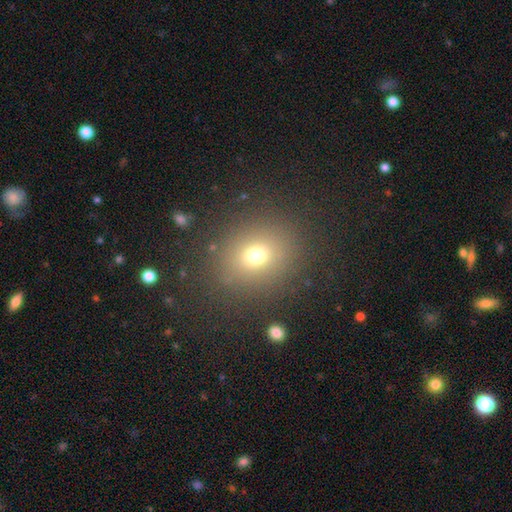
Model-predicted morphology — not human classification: A smooth galaxy with no disk features (71%) that is round (66%). Merging: none (86%).